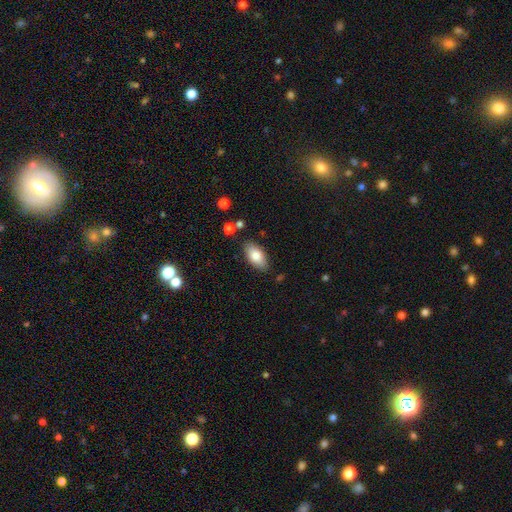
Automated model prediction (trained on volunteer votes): smooth-or-featured: smooth: 80% | featured or disk: 13% | star or artifact: 7%
  how-rounded: in between: 93% | cigar-shaped: 4% | round: 3%
  merging: none: 83% | minor disturbance: 12% | merger: 3% | major disturbance: 2%